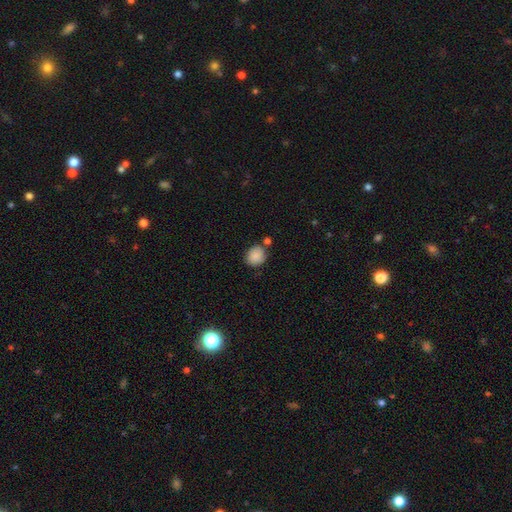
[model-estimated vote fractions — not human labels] smooth-or-featured: smooth: 87% | star or artifact: 8% | featured or disk: 5%
  how-rounded: round: 72% | in between: 27% | cigar-shaped: 1%
  merging: none: 72% | minor disturbance: 13% | merger: 11% | major disturbance: 3%